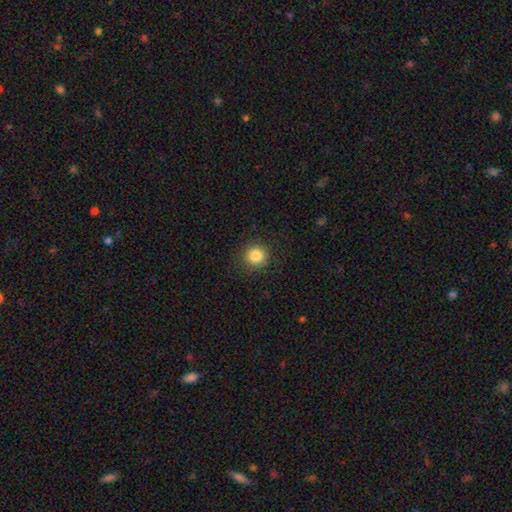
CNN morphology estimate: type=smooth (84%); roundness=round (93%); merging=none (90%).